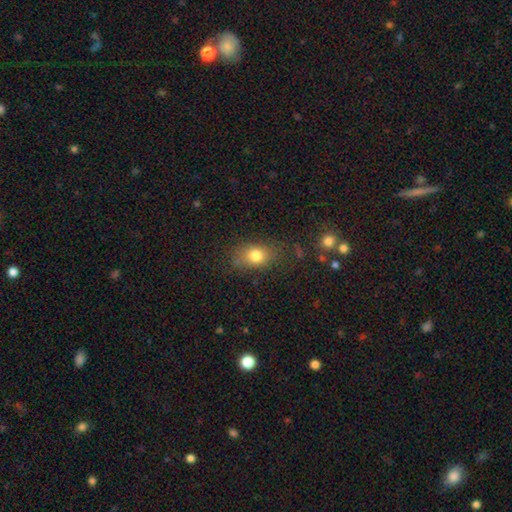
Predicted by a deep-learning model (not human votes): Smooth or featured?
  - smooth: 79% *
  - star or artifact: 11%
  - featured or disk: 10%
How rounded?
  - in between: 68% *
  - round: 29%
  - cigar-shaped: 2%
Merging?
  - none: 72% *
  - minor disturbance: 19%
  - major disturbance: 7%
  - merger: 2%